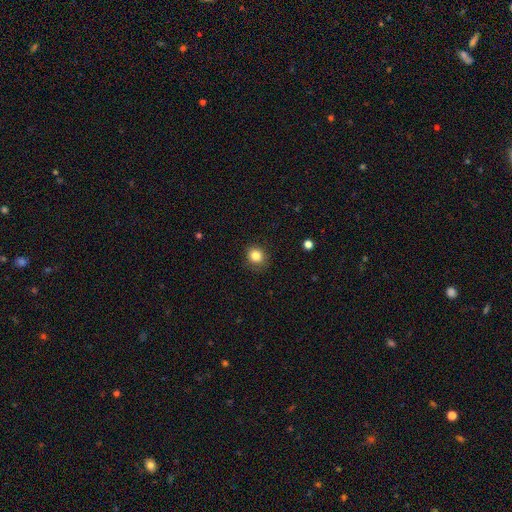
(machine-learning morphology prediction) A smooth galaxy with no disk features (84%) that is round (80%).

Vote fractions:
- Smooth or featured? smooth: 84% / star or artifact: 11% / featured or disk: 5%
- How rounded? round: 80% / in between: 19% / cigar-shaped: 1%
- Merging? none: 85% / minor disturbance: 11% / major disturbance: 3% / merger: 1%